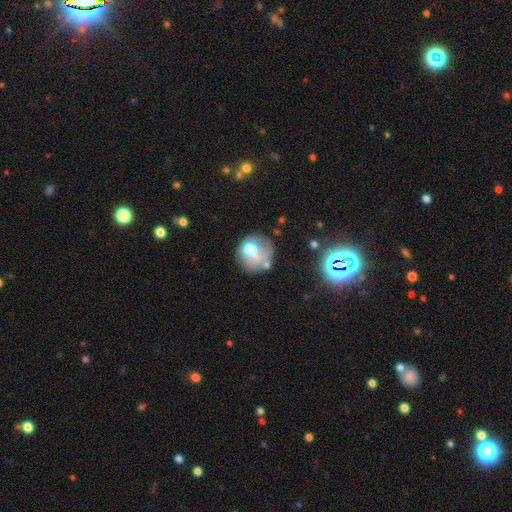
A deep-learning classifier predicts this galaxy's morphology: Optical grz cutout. It shows a smooth galaxy with no disk features (56%) that is round (80%). Merging: none (47%).